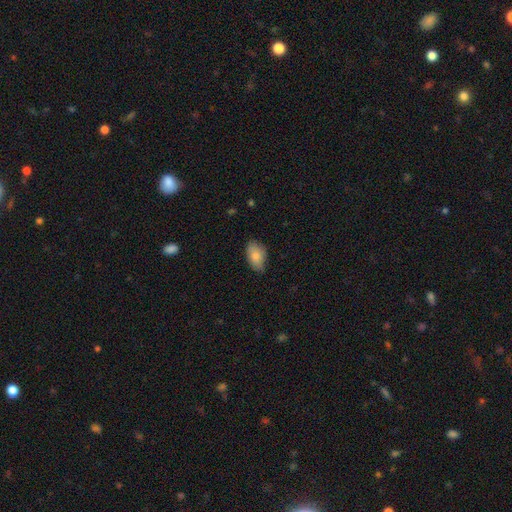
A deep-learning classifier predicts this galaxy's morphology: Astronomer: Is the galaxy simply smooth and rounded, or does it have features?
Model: smooth — 83%.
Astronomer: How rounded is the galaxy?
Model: in between — 92%.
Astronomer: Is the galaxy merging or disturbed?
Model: none — 75%.